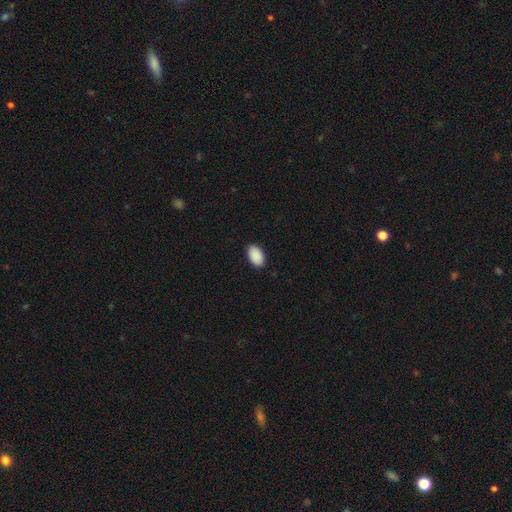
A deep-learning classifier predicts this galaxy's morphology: smooth_or_featured: smooth (p=0.91) [alt: star or artifact p=0.06]
how_rounded: in between (p=0.94) [alt: round p=0.05]
merging: none (p=0.89) [alt: minor disturbance p=0.08]